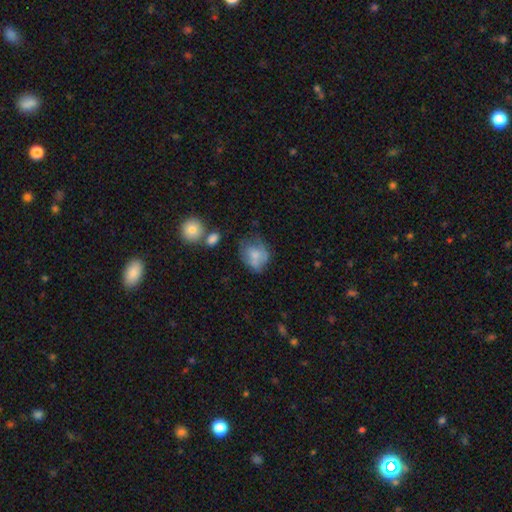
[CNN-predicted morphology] smooth-or-featured: smooth: 63% | featured or disk: 29% | star or artifact: 8%
  how-rounded: round: 53% | in between: 46% | cigar-shaped: 1%
  merging: none: 40% | minor disturbance: 31% | major disturbance: 20% | merger: 8%